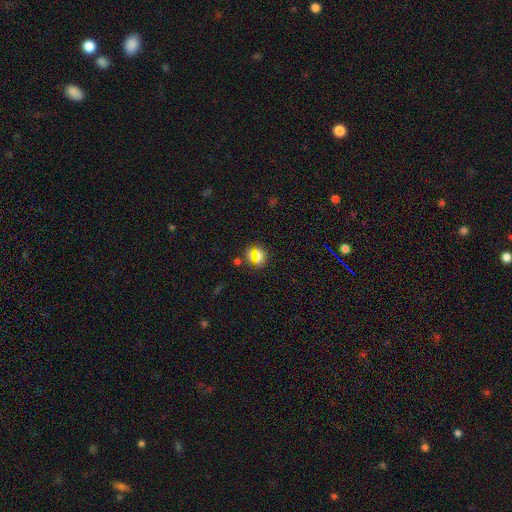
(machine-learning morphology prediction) This is likely a smooth galaxy (61%). How rounded: likely round (77%). Merging: likely none (77%).